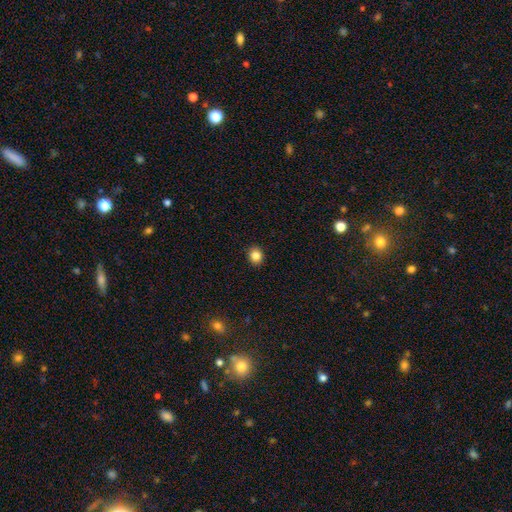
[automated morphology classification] A smooth galaxy with no disk features (85%) that is round (65%).

Vote fractions:
- Smooth or featured? smooth: 85% / star or artifact: 10% / featured or disk: 5%
- How rounded? round: 65% / in between: 35% / cigar-shaped: 1%
- Merging? none: 91% / minor disturbance: 6% / major disturbance: 2% / merger: 1%